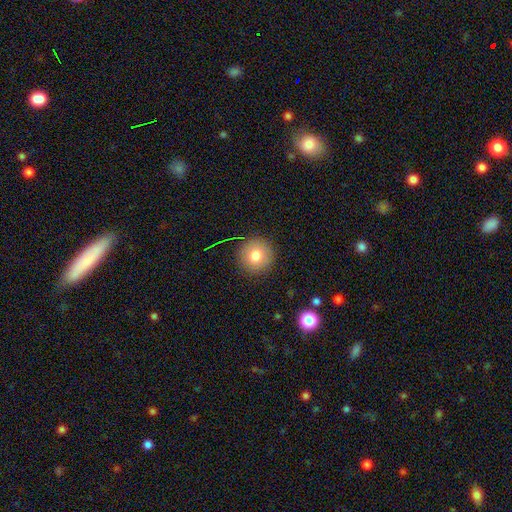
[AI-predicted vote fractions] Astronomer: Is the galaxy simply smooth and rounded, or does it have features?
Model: smooth — 79%.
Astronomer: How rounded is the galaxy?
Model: round — 95%.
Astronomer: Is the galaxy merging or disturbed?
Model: none — 90%.